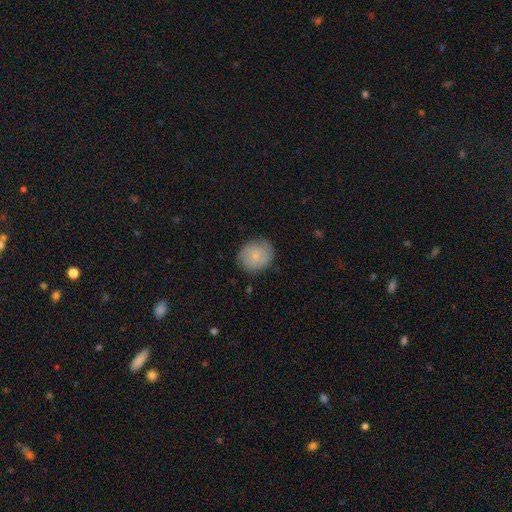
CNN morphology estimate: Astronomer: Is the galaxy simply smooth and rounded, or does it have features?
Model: smooth — 69%.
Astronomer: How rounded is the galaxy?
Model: round — 75%.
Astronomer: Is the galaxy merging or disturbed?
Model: none — 76%.